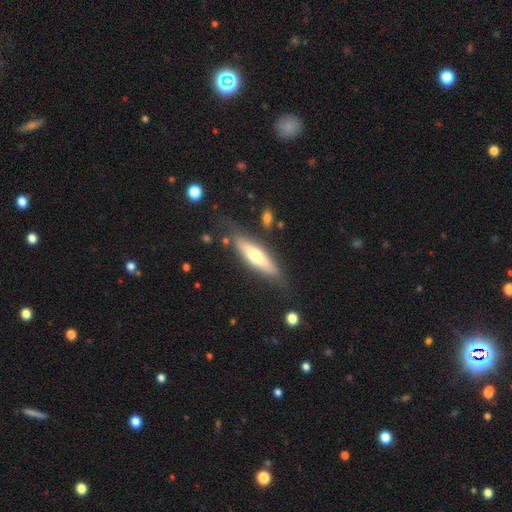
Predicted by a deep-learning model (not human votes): This appears to be a smooth galaxy with no disk features (52%) that is cigar-shaped (65%). Merging: none (74%).